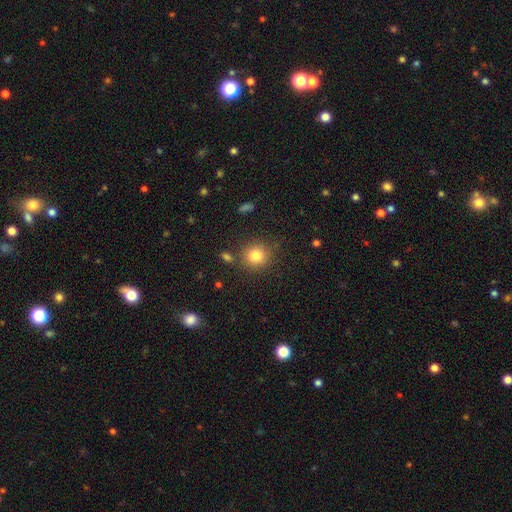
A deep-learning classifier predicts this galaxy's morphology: Smooth or featured?
  - smooth: 82% *
  - star or artifact: 11%
  - featured or disk: 7%
How rounded?
  - round: 87% *
  - in between: 12%
  - cigar-shaped: 1%
Merging?
  - none: 83% *
  - minor disturbance: 9%
  - merger: 5%
  - major disturbance: 3%